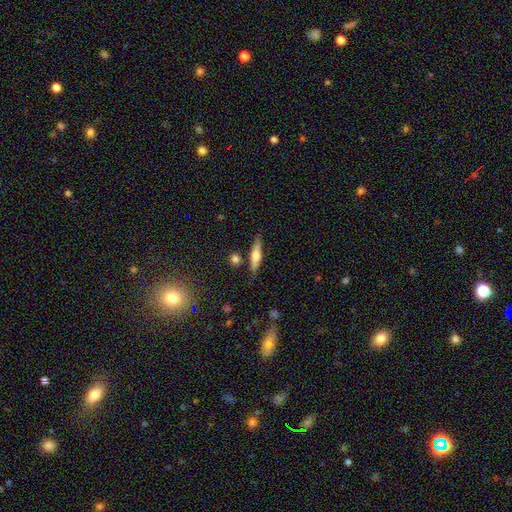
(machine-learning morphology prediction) A smooth galaxy with no disk features (47%).

Vote fractions:
- Smooth or featured? smooth: 47% / featured or disk: 46% / star or artifact: 7%
- Merging? none: 81% / minor disturbance: 12% / merger: 5% / major disturbance: 3%